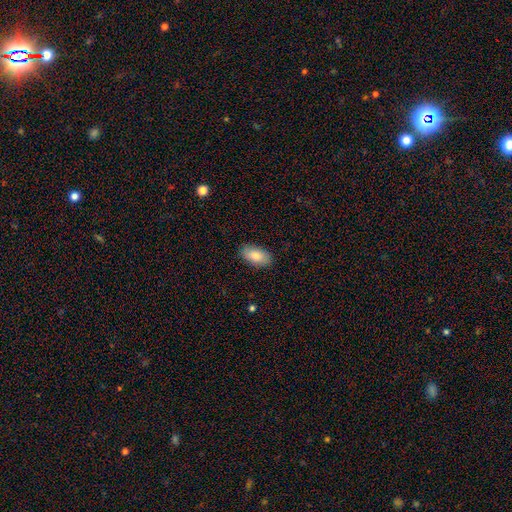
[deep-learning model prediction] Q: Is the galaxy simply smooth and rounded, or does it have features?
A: smooth — 85%.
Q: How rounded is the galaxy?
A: in between — 94%.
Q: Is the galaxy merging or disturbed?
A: none — 87%.